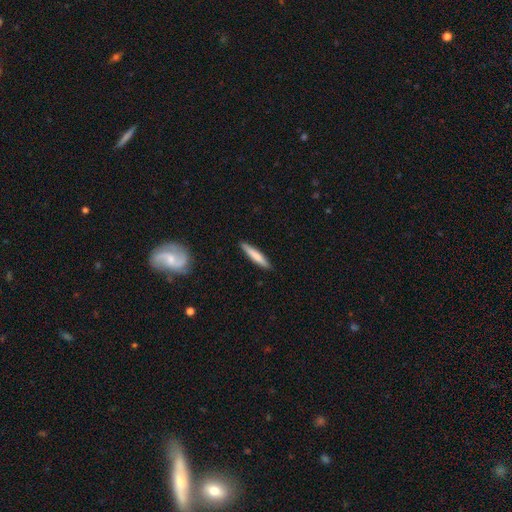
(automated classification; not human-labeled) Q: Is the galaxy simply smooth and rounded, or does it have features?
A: smooth — 74%.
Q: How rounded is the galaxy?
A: cigar-shaped — 91%.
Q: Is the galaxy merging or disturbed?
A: none — 90%.